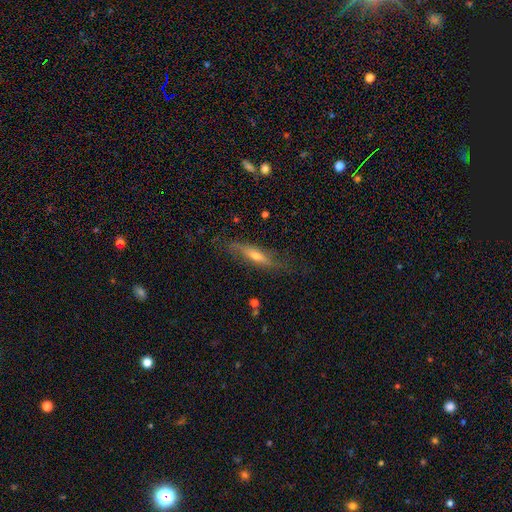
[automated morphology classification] This is possibly a featured or disk galaxy (56%). It is likely viewed edge-on (73%). Merging: likely none (68%).